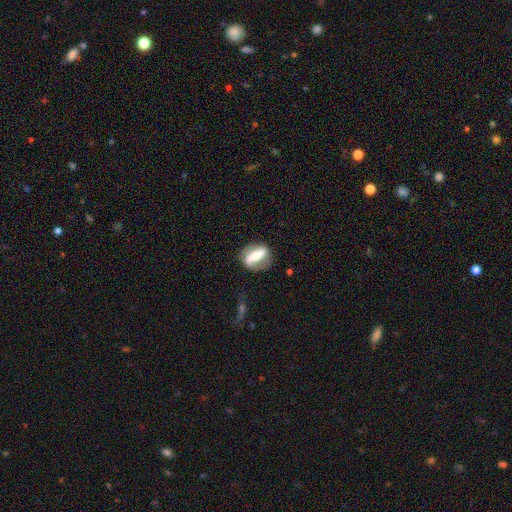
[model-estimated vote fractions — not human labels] This is likely a featured or disk galaxy (63%). It is clearly not viewed edge-on (90%). Bar: likely strong (65%). Spiral arm pattern: likely yes (73%). Central bulge: marginally moderate (36%). Merging: likely none (69%).